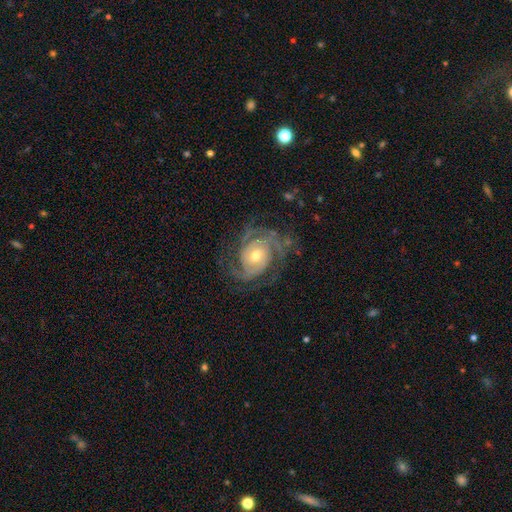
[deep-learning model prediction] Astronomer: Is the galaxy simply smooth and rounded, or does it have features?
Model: featured or disk — 90%.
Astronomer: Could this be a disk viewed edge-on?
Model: no — 98%.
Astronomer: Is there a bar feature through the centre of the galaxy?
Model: no — 66%.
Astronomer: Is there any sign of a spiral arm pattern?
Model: yes — 98%.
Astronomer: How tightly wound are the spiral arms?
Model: tight — 61%.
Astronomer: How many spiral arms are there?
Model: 2 — 33% (runner-up: 3, 32%).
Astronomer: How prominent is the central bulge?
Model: moderate — 64%.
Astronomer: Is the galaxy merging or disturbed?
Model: none — 70%.